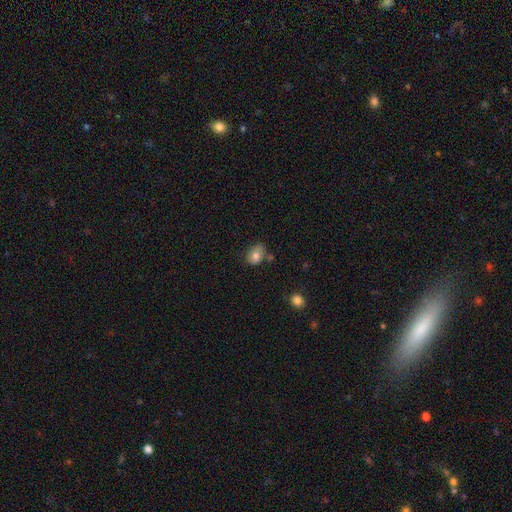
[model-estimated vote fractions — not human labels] This is likely a smooth galaxy (79%). How rounded: likely in between (74%). Merging: likely none (60%).